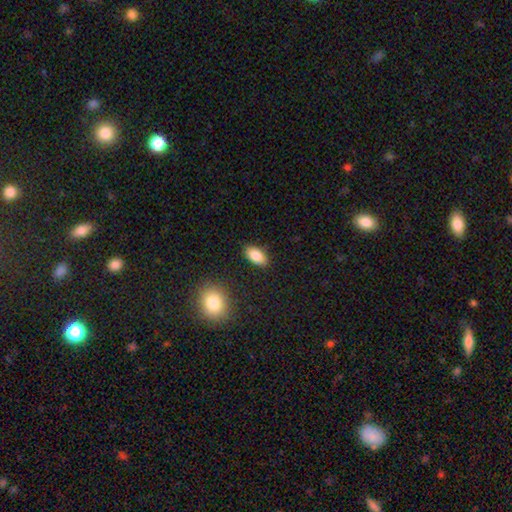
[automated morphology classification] Smooth or featured: smooth — 86% (star or artifact — 7%)
How rounded: in between — 93% (round — 4%)
Merging: none — 87% (minor disturbance — 9%)